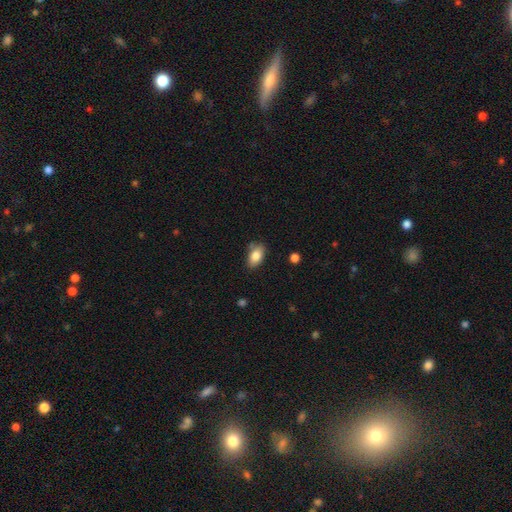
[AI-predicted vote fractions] Smooth or featured?
  - smooth: 83% *
  - featured or disk: 9%
  - star or artifact: 8%
How rounded?
  - in between: 90% *
  - round: 8%
  - cigar-shaped: 2%
Merging?
  - none: 73% *
  - minor disturbance: 20%
  - major disturbance: 4%
  - merger: 3%